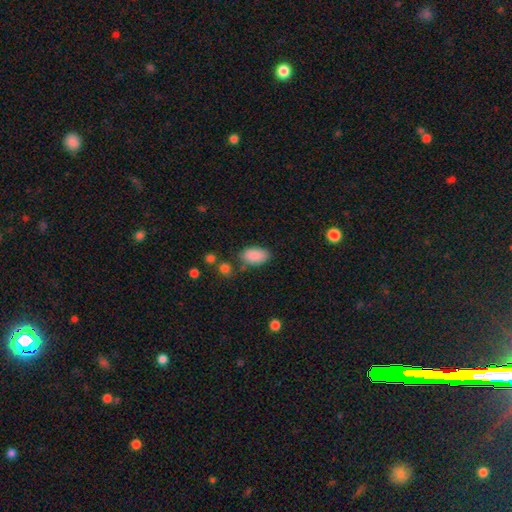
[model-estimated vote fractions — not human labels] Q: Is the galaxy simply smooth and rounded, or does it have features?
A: smooth — 88%.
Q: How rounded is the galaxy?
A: in between — 93%.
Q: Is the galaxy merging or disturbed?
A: none — 76%.